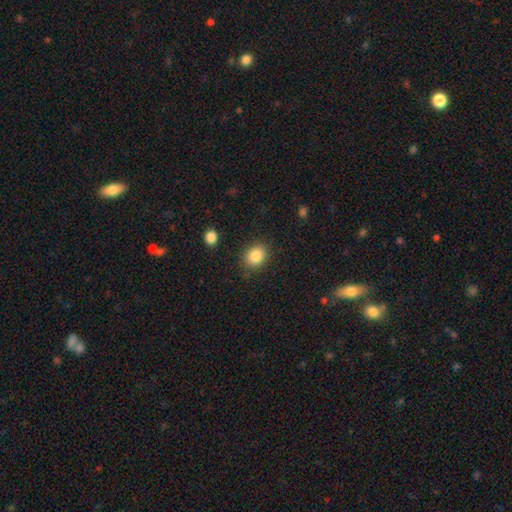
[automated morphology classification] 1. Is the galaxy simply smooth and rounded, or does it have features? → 84% smooth, 9% star or artifact, 6% featured or disk.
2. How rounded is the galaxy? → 52% round, 47% in between, 1% cigar-shaped.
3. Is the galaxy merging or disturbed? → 86% none, 9% minor disturbance, 3% major disturbance, 2% merger.